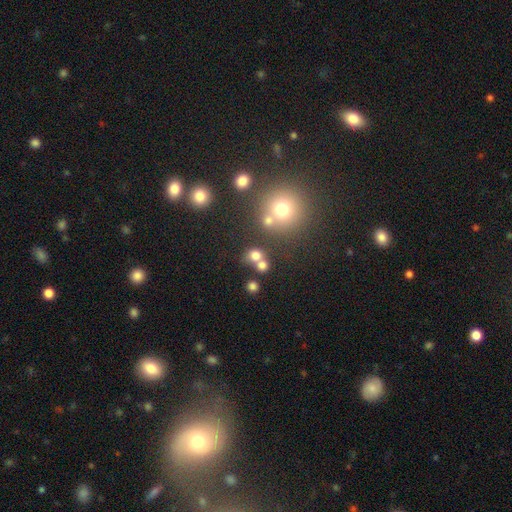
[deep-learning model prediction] Smooth or featured: smooth — 71% (star or artifact — 18%)
How rounded: round — 78% (in between — 21%)
Merging: none — 51% (merger — 35%)